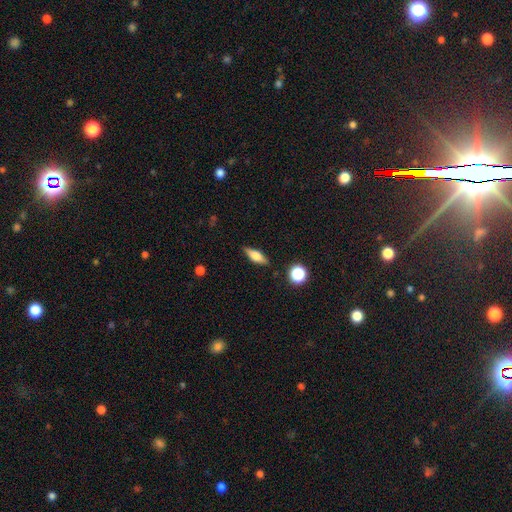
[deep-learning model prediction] This is possibly a smooth galaxy (60%). How rounded: possibly in between (56%). Merging: clearly none (85%).